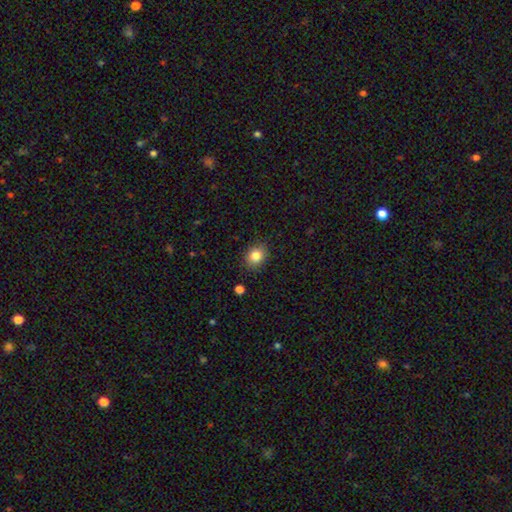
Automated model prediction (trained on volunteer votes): The model was most divided on "how rounded": round: 61%, in between: 38%, cigar-shaped: 1%. More confident: merging — none (87%); smooth or featured — smooth (84%).